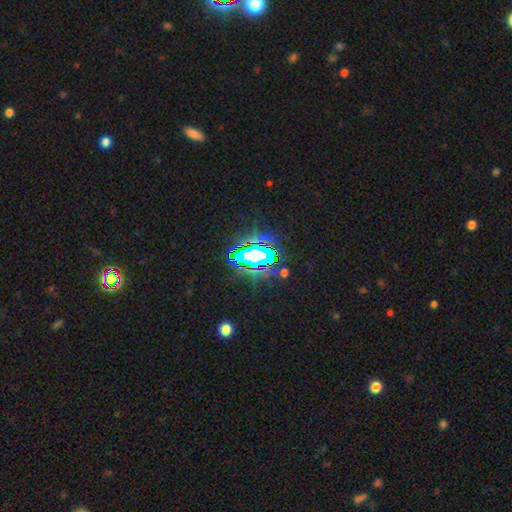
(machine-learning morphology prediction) smooth-or-featured: star or artifact: 69% | featured or disk: 15% | smooth: 15%